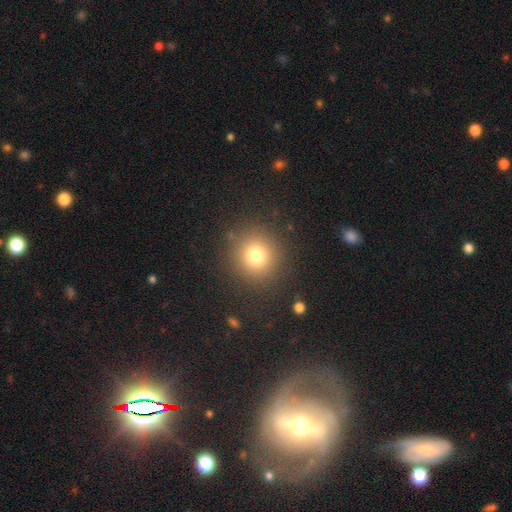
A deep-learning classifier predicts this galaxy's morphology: smooth-or-featured: smooth: 76% | star or artifact: 15% | featured or disk: 9%
  how-rounded: round: 92% | in between: 7% | cigar-shaped: 1%
  merging: none: 87% | minor disturbance: 7% | major disturbance: 4% | merger: 2%